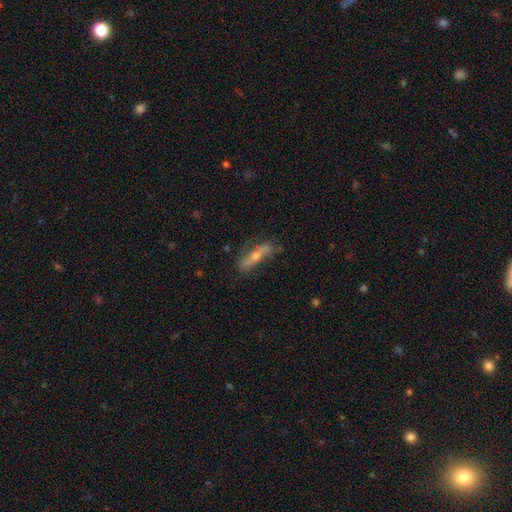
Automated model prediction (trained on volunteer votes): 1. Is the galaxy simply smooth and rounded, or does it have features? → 60% featured or disk, 32% smooth, 9% star or artifact.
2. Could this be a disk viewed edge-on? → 57% yes, 43% no.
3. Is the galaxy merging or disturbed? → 71% none, 20% minor disturbance, 7% major disturbance, 2% merger.